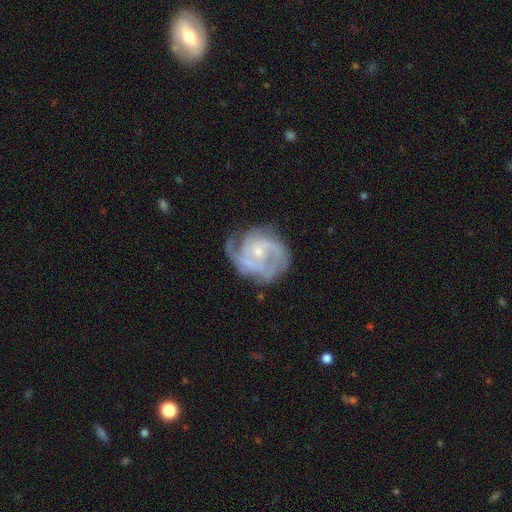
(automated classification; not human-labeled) Q: Smooth or featured?
A: featured or disk (86%); runner-up: smooth (9%)
Q: Edge-on disk?
A: no (98%); runner-up: yes (2%)
Q: Bar?
A: no (59%); runner-up: weak (34%)
Q: Spiral arms?
A: yes (95%); runner-up: no (5%)
Q: Spiral winding?
A: tight (48%); runner-up: medium (42%)
Q: Spiral arm count?
A: 2 (34%); runner-up: 3 (27%)
Q: Bulge size?
A: small (71%); runner-up: moderate (23%)
Q: Merging?
A: none (62%); runner-up: minor disturbance (23%)